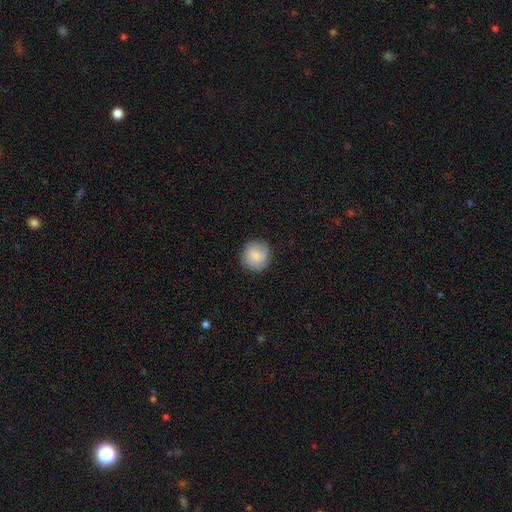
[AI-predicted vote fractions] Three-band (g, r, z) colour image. It shows a smooth galaxy with no disk features (77%) that is round (91%). Merging: none (84%).